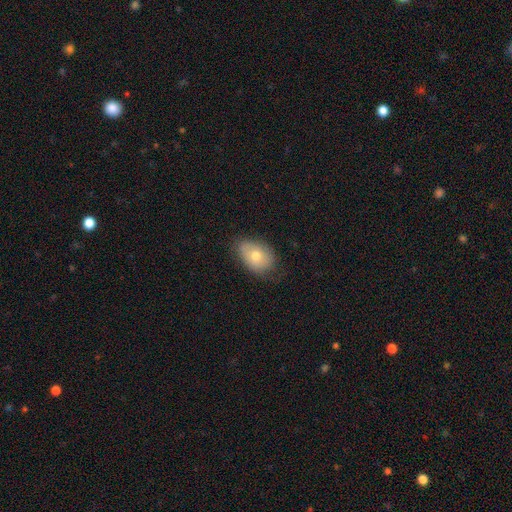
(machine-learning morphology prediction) Smooth or featured? Predicted: smooth (p=0.68). How rounded? Predicted: in between (p=0.81). Merging? Predicted: none (p=0.66).